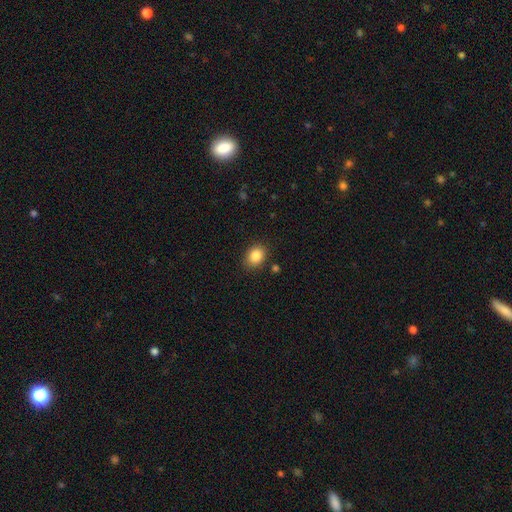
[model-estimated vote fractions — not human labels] smooth-or-featured: smooth: 86% | star or artifact: 9% | featured or disk: 5%
  how-rounded: in between: 52% | round: 47% | cigar-shaped: 1%
  merging: none: 85% | minor disturbance: 10% | major disturbance: 3% | merger: 2%